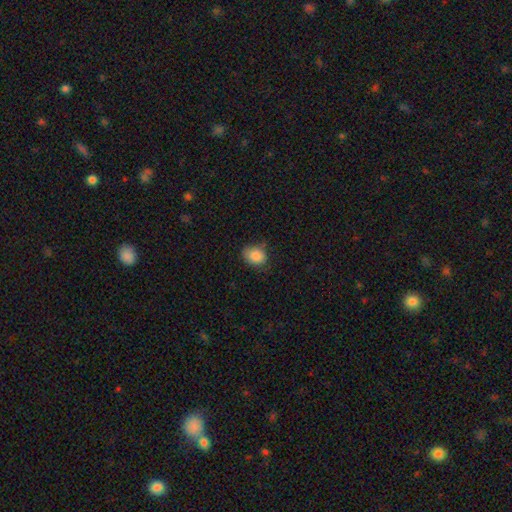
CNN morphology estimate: smooth 87%, star or artifact 8%, featured or disk 5%. Down the decision tree: how rounded — in between (58%); merging — none (69%).